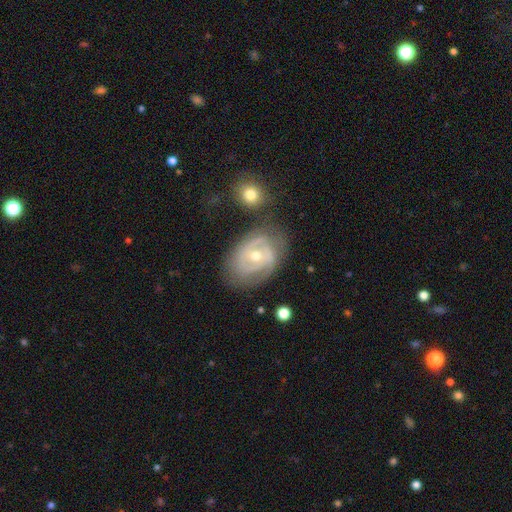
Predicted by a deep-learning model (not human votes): This is clearly a featured or disk galaxy (82%). It is clearly not viewed edge-on (96%). Bar: possibly no (54%). Spiral arm pattern: clearly yes (88%). Spiral arm count: marginally 2 (45%). Spiral winding: possibly tight (58%). Central bulge: possibly moderate (51%). Merging: likely none (65%).